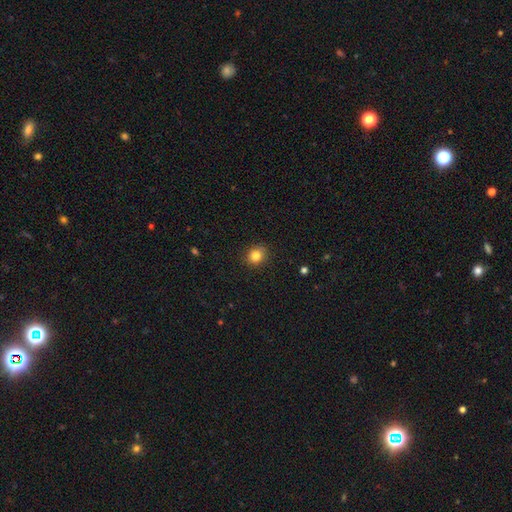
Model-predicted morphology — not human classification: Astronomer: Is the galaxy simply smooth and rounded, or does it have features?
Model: smooth — 83%.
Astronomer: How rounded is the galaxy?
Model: round — 76%.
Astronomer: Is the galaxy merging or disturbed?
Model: none — 89%.